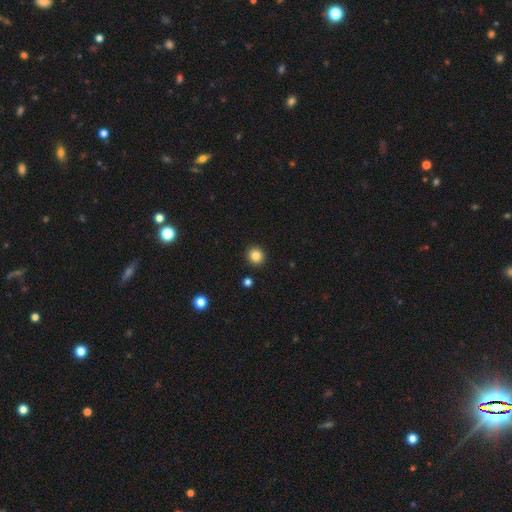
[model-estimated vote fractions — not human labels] A smooth galaxy with no disk features (84%) that is round (93%).

Vote fractions:
- Smooth or featured? smooth: 84% / star or artifact: 11% / featured or disk: 5%
- How rounded? round: 93% / in between: 6% / cigar-shaped: 1%
- Merging? none: 92% / minor disturbance: 5% / merger: 2% / major disturbance: 2%